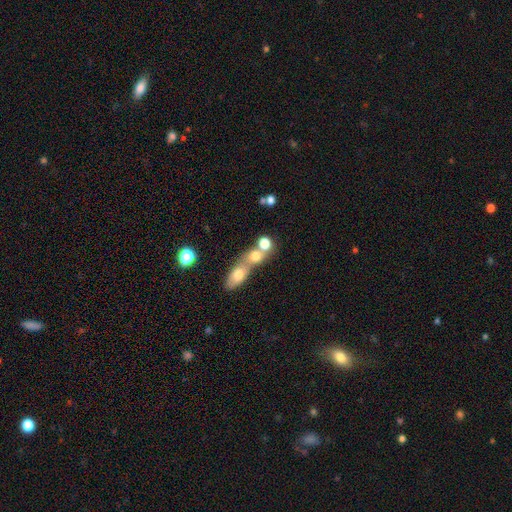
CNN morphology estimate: A smooth galaxy with no disk features (72%) that is round (61%).

Vote fractions:
- Smooth or featured? smooth: 72% / featured or disk: 16% / star or artifact: 12%
- How rounded? round: 61% / in between: 34% / cigar-shaped: 5%
- Merging? merger: 61% / none: 29% / minor disturbance: 6% / major disturbance: 4%